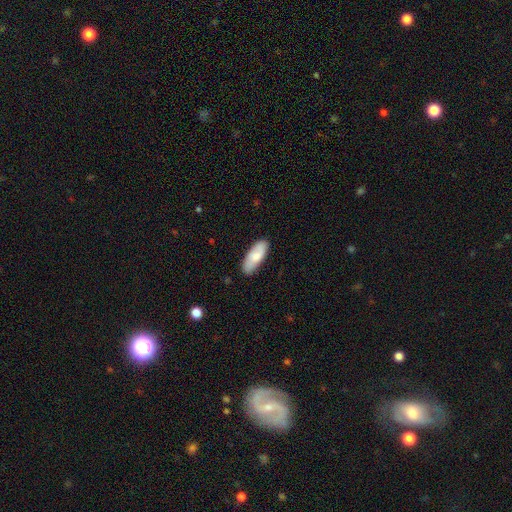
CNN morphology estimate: The model was most divided on "how rounded": in between: 74%, cigar-shaped: 24%, round: 2%. More confident: merging — none (84%); smooth or featured — smooth (76%).